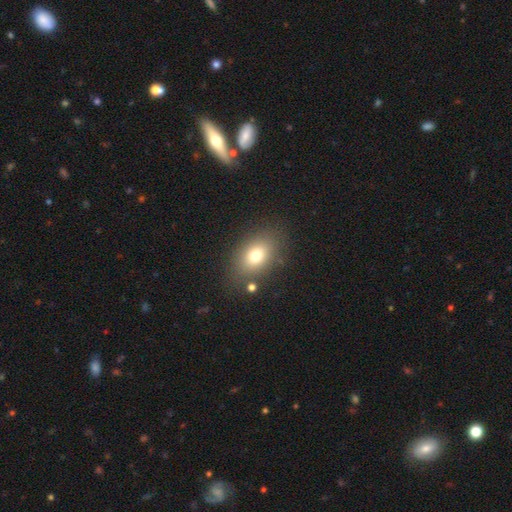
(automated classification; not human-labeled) Morphology: type=smooth (75%); roundness=in between (76%); merging=none (79%).